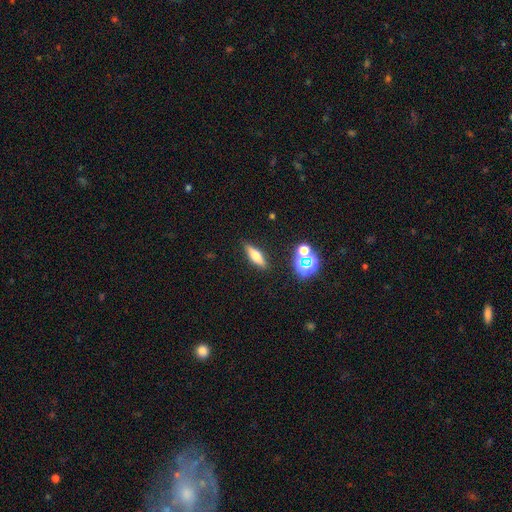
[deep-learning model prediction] Smooth or featured?
  - smooth: 55% *
  - featured or disk: 33%
  - star or artifact: 12%
How rounded?
  - cigar-shaped: 57% *
  - in between: 39%
  - round: 4%
Merging?
  - none: 86% *
  - minor disturbance: 9%
  - merger: 3%
  - major disturbance: 3%